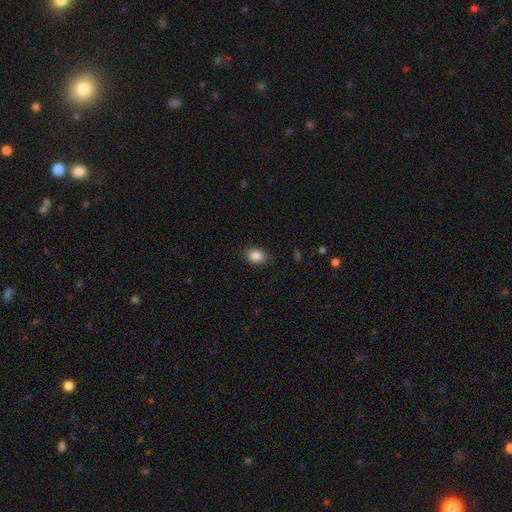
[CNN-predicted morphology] Q: Smooth or featured?
A: smooth (87%); runner-up: star or artifact (9%)
Q: How rounded?
A: in between (76%); runner-up: round (23%)
Q: Merging?
A: none (86%); runner-up: minor disturbance (10%)